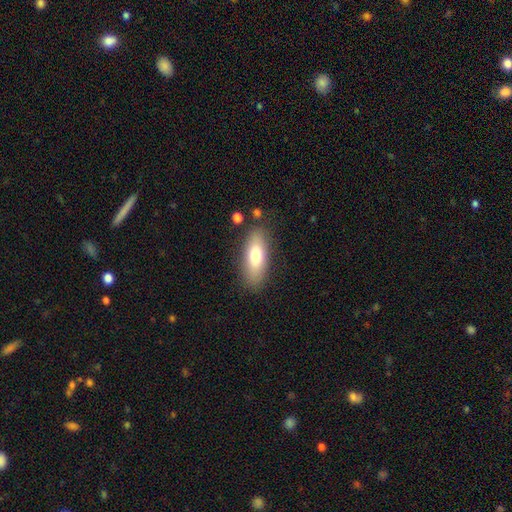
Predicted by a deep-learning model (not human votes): smooth 74%, featured or disk 20%, star or artifact 7%. Down the decision tree: how rounded — in between (71%); merging — none (82%).